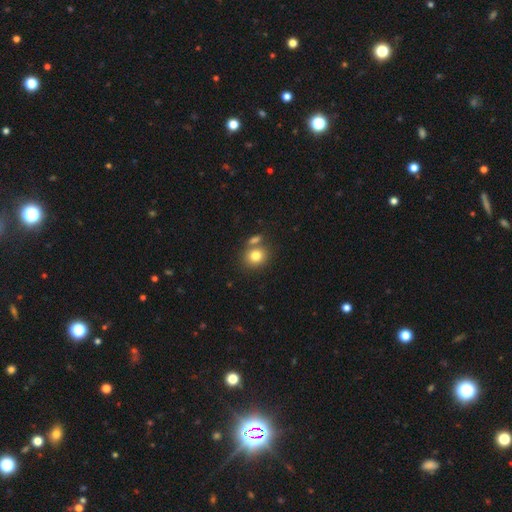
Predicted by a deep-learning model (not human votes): smooth_or_featured: smooth (p=0.80) [alt: star or artifact p=0.11]
how_rounded: round (p=0.73) [alt: in between p=0.26]
merging: none (p=0.61) [alt: merger p=0.25]